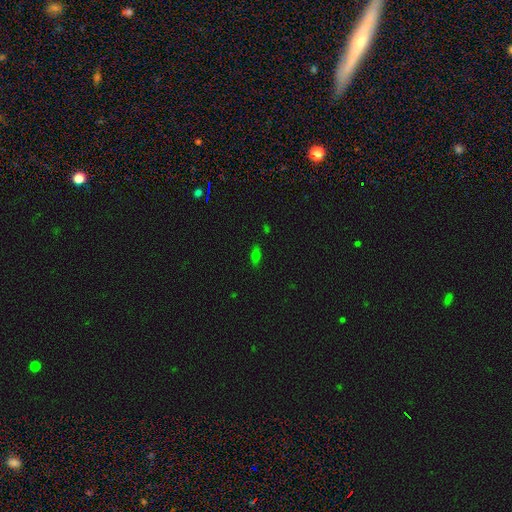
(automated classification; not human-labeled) Q: Smooth or featured?
A: smooth (62%); runner-up: star or artifact (20%)
Q: How rounded?
A: in between (69%); runner-up: cigar-shaped (23%)
Q: Merging?
A: none (82%); runner-up: minor disturbance (13%)